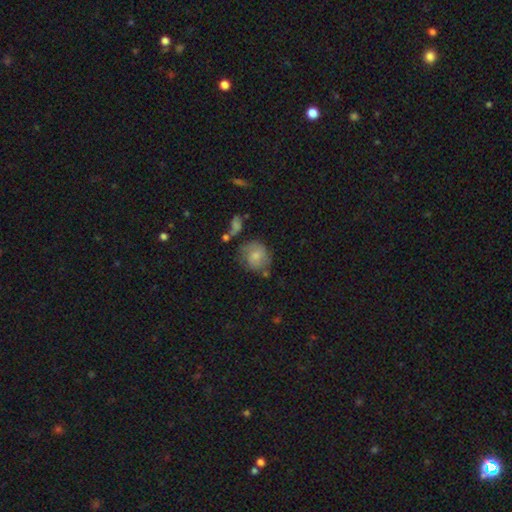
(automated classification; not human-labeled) Morphology: type=smooth (65%); roundness=round (80%); merging=none (51%).